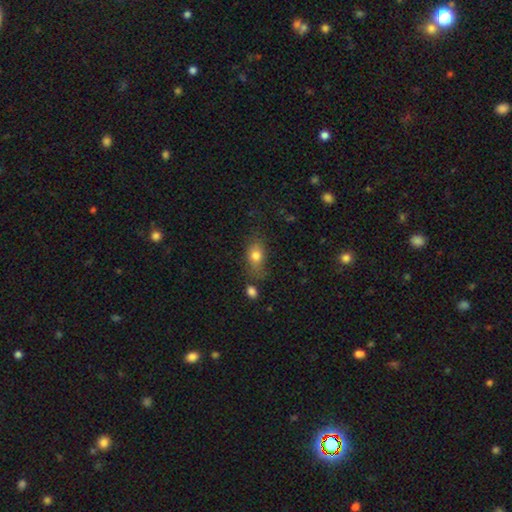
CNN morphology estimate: smooth 78%, featured or disk 13%, star or artifact 9%. Down the decision tree: how rounded — in between (77%); merging — none (59%).